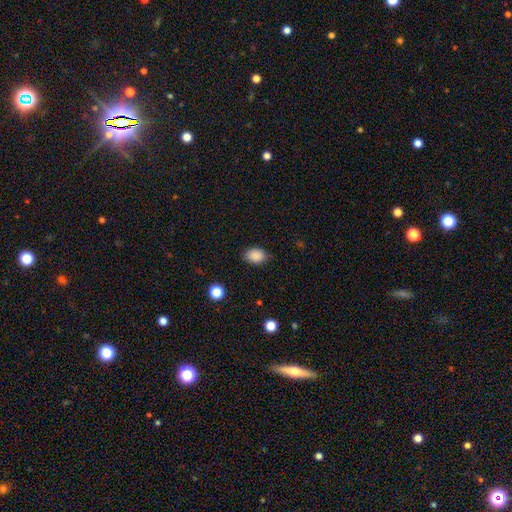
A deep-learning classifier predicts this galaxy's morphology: Overall: smooth (88%). How rounded: in between (82%). Merging: none (82%).